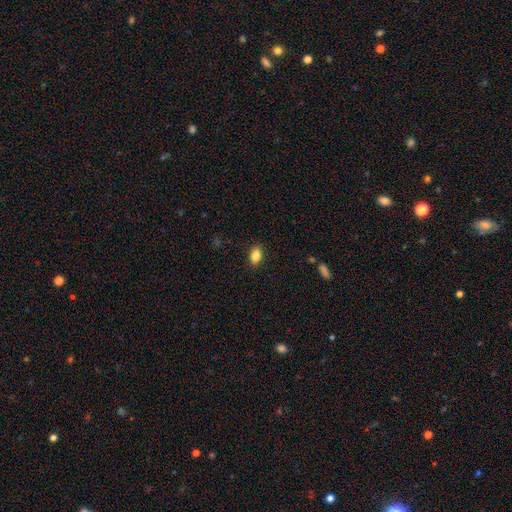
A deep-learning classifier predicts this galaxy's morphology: Smooth or featured?
  - smooth: 85% *
  - star or artifact: 9%
  - featured or disk: 6%
How rounded?
  - in between: 84% *
  - round: 14%
  - cigar-shaped: 2%
Merging?
  - none: 89% *
  - minor disturbance: 8%
  - major disturbance: 2%
  - merger: 1%